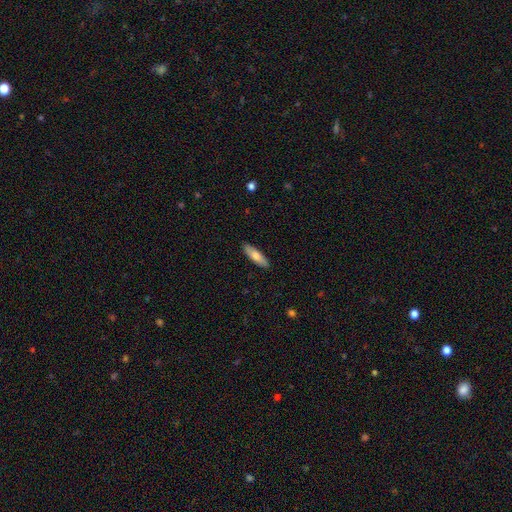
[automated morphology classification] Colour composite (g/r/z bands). It shows a smooth galaxy with no disk features (73%) that is cigar-shaped (56%). Merging: none (90%).